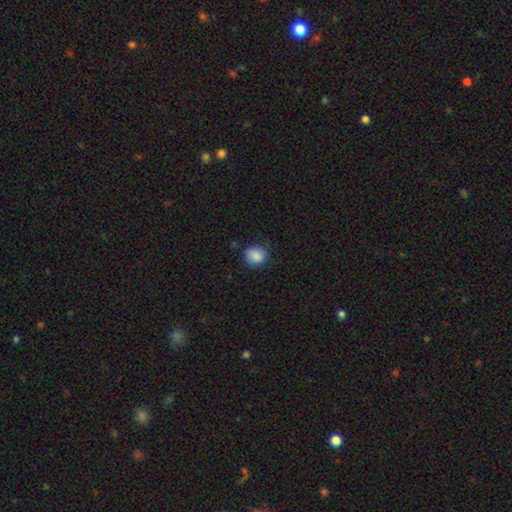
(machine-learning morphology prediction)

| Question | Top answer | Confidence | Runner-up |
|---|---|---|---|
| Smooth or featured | smooth | 87% | star or artifact (9%) |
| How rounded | round | 71% | in between (28%) |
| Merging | none | 77% | minor disturbance (18%) |